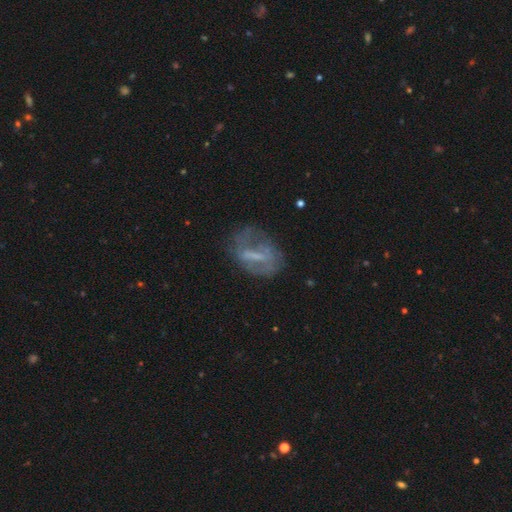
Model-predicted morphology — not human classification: A featured or disk galaxy (58%) with a strong bar (43%), no spiral arms (64%) and no central bulge (43%). Merging: none (54%).